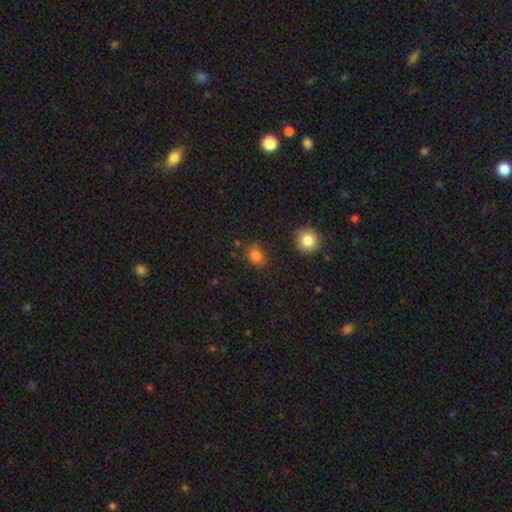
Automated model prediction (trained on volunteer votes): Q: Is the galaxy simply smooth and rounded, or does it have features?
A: smooth — 81%.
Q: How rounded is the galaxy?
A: in between — 60%.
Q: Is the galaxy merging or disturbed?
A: none — 73%.